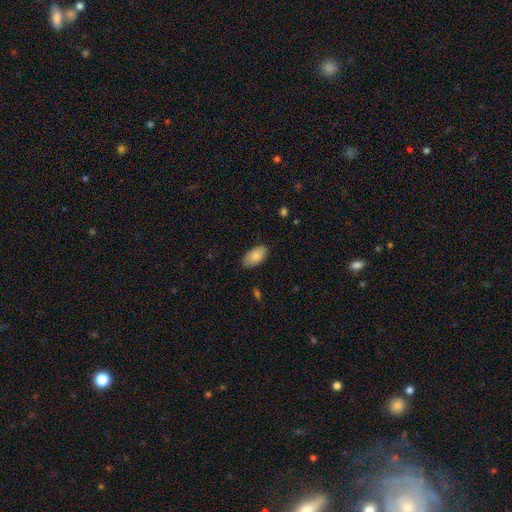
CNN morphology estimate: type=smooth (86%); roundness=in between (95%); merging=none (85%).